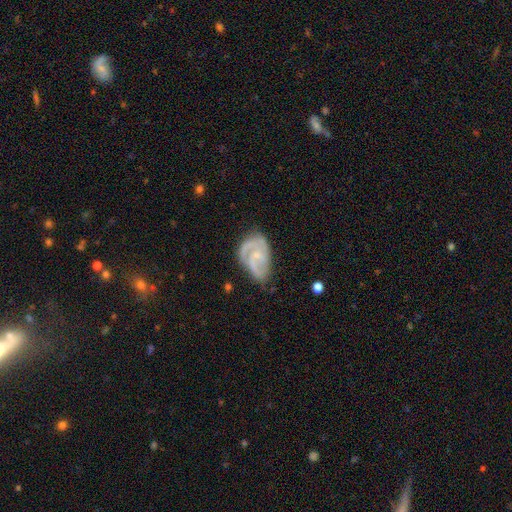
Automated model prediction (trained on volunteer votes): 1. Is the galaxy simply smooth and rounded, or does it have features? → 80% featured or disk, 14% smooth, 6% star or artifact.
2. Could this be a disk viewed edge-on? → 97% no, 3% yes.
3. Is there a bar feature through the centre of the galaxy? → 58% no, 35% weak, 7% strong.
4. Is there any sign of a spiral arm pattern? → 93% yes, 7% no.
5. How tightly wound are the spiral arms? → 45% medium, 41% tight, 14% loose.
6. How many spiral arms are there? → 57% 2, 16% 3, 13% can't tell, 8% 1, 3% 4, 2% more than 4.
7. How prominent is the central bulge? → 64% small, 21% moderate, 13% none, 1% large, 1% dominant.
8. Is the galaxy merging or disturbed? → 55% none, 27% minor disturbance, 15% major disturbance, 3% merger.